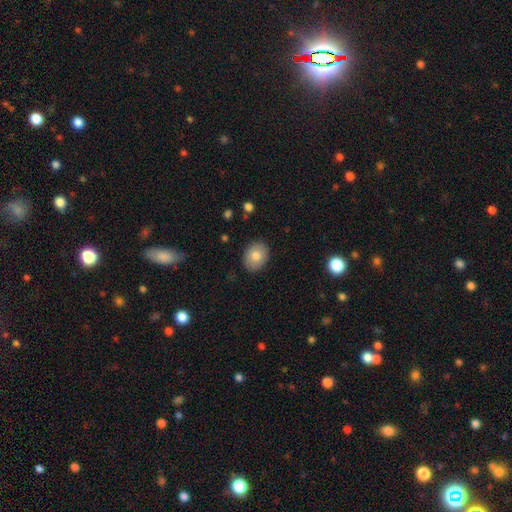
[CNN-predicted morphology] Smooth or featured? smooth (80%)
How rounded? in between (50%)
Merging? none (89%)